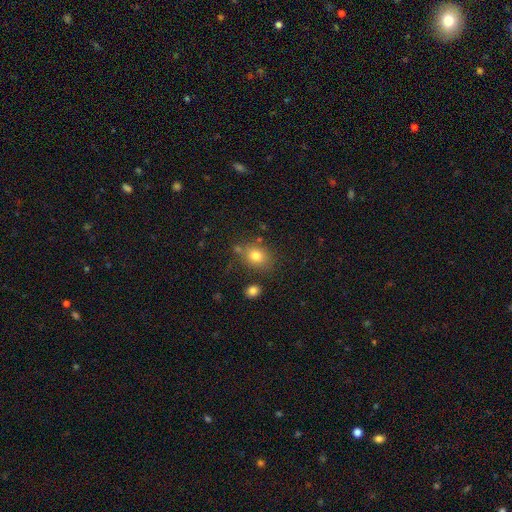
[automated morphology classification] smooth 79%, star or artifact 12%, featured or disk 9%. Down the decision tree: how rounded — in between (54%); merging — none (73%).